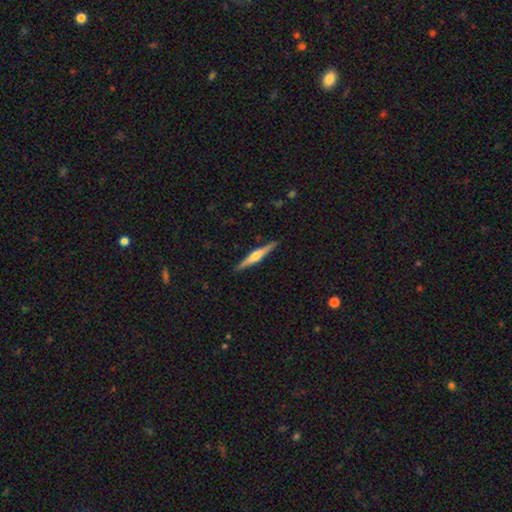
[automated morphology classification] Overall: featured or disk (67%; smooth 28%). Edge-on disk: yes (98%). Edge-on bulge: rounded (84%). Merging: none (90%).